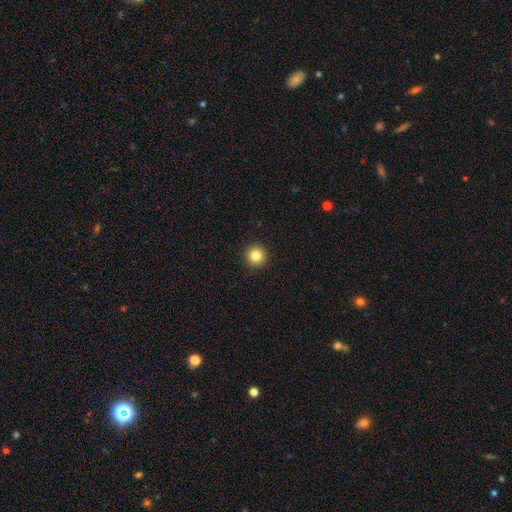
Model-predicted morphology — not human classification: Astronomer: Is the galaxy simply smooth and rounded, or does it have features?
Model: smooth — 83%.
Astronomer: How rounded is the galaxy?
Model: round — 96%.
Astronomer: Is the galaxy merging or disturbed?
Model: none — 93%.